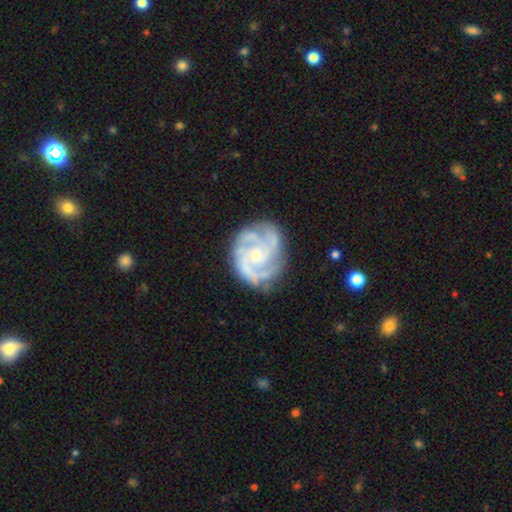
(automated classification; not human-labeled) Smooth or featured?
  - featured or disk: 89% *
  - smooth: 6%
  - star or artifact: 5%
Edge-on disk?
  - no: 98% *
  - yes: 2%
Bar?
  - no: 72% *
  - weak: 23%
  - strong: 5%
Spiral arms?
  - yes: 97% *
  - no: 3%
Spiral winding?
  - tight: 56% *
  - medium: 38%
  - loose: 6%
Spiral arm count?
  - 3: 42% *
  - 2: 18%
  - 4: 15%
  - can't tell: 14%
  - more than 4: 5%
  - 1: 5%
Bulge size?
  - small: 70% *
  - moderate: 26%
  - none: 2%
  - large: 1%
  - dominant: 1%
Merging?
  - none: 74% *
  - minor disturbance: 18%
  - major disturbance: 7%
  - merger: 2%